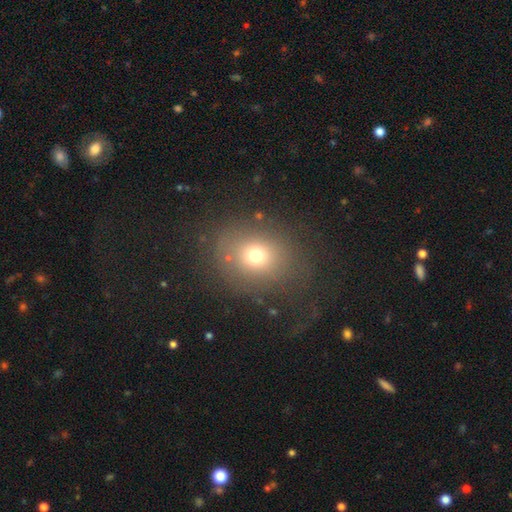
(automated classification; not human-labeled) Smooth or featured: smooth — 69% (star or artifact — 19%)
How rounded: round — 75% (in between — 24%)
Merging: none — 78% (minor disturbance — 12%)